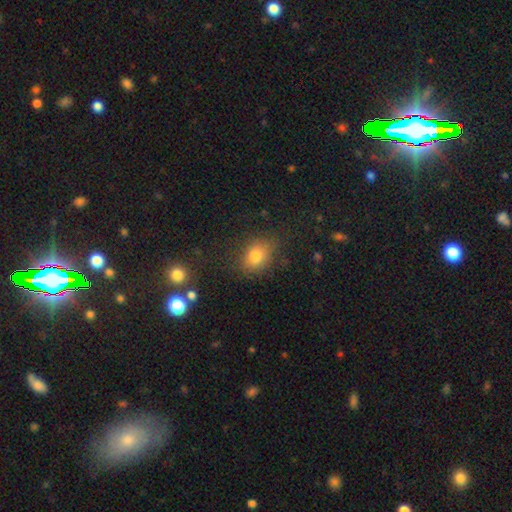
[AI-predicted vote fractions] Morphology: type=smooth (78%); roundness=in between (53%); merging=none (75%).